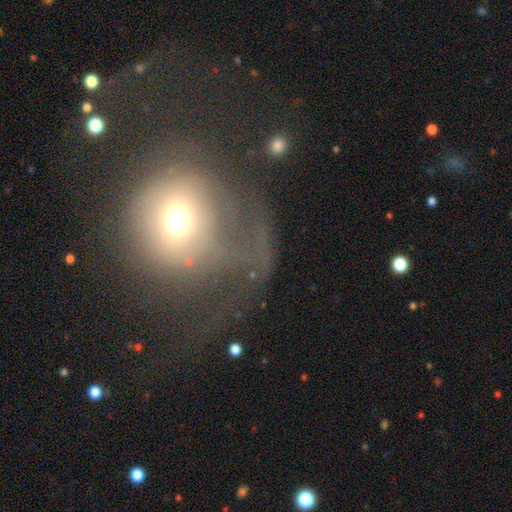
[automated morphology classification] Smooth or featured? Predicted: smooth (p=0.54). How rounded? Predicted: round (p=0.84). Merging? Predicted: major disturbance (p=0.51).